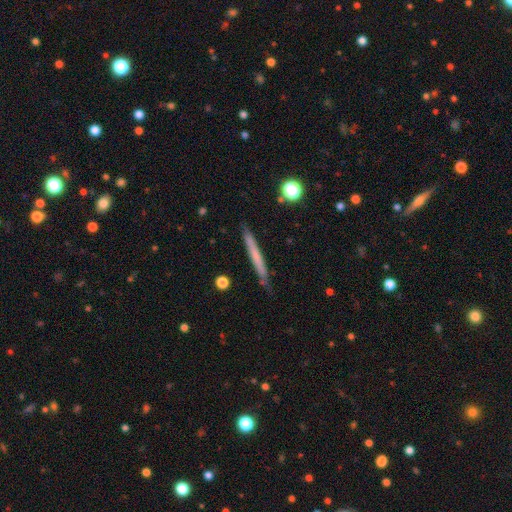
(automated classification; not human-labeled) Smooth or featured: smooth — 56% (featured or disk — 37%)
How rounded: cigar-shaped — 96% (in between — 2%)
Merging: none — 84% (minor disturbance — 12%)